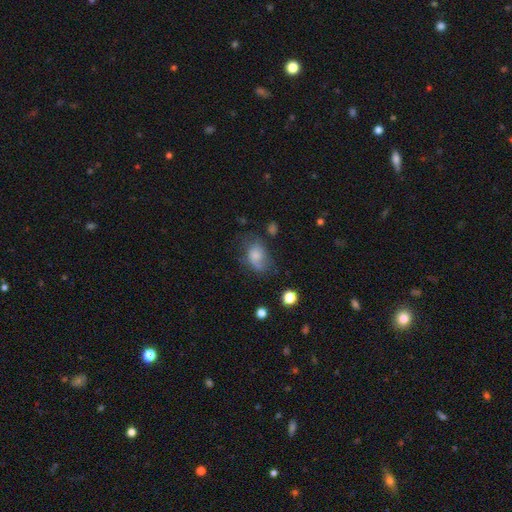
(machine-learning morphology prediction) smooth_or_featured: smooth (p=0.68) [alt: featured or disk p=0.20]
how_rounded: in between (p=0.76) [alt: round p=0.22]
merging: none (p=0.40) [alt: minor disturbance p=0.31]